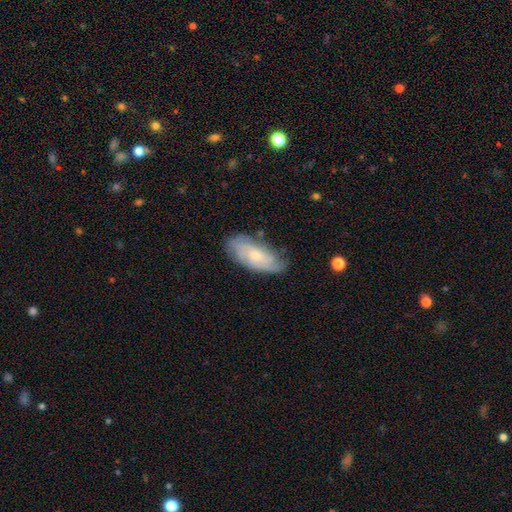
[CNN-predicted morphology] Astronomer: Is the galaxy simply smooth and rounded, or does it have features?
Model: featured or disk — 63%.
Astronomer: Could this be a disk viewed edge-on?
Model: no — 91%.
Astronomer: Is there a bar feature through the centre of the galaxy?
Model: no — 74%.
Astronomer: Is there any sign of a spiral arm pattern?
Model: yes — 88%.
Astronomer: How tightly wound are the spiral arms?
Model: tight — 55% (runner-up: medium, 33%).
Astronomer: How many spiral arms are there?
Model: can't tell — 45% (runner-up: 2, 23%).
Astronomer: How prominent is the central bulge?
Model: small — 67%.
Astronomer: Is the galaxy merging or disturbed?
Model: none — 72%.